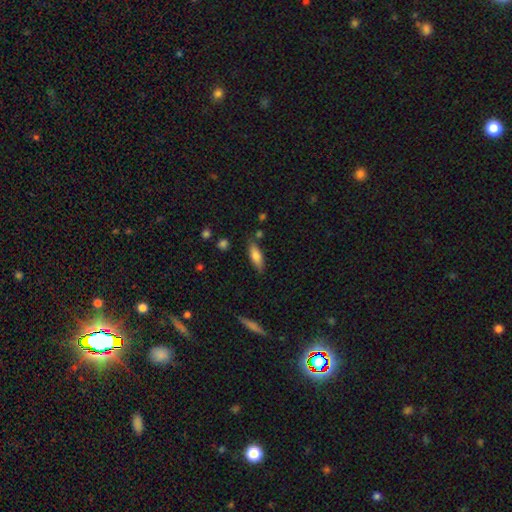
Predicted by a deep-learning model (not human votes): smooth 74%, featured or disk 19%, star or artifact 7%. Down the decision tree: how rounded — in between (60%); merging — none (77%).